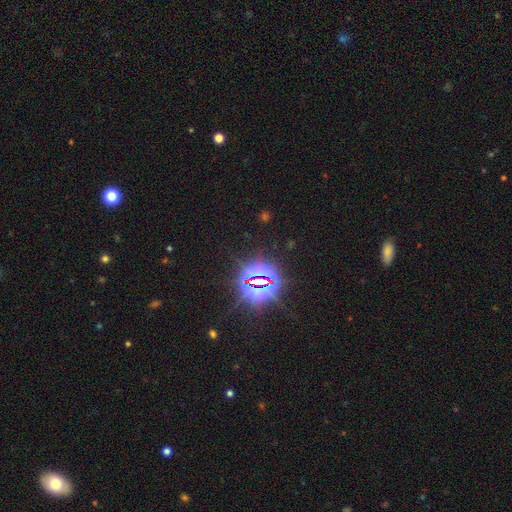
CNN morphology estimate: This is clearly a star or artifact rather than a galaxy (84%).